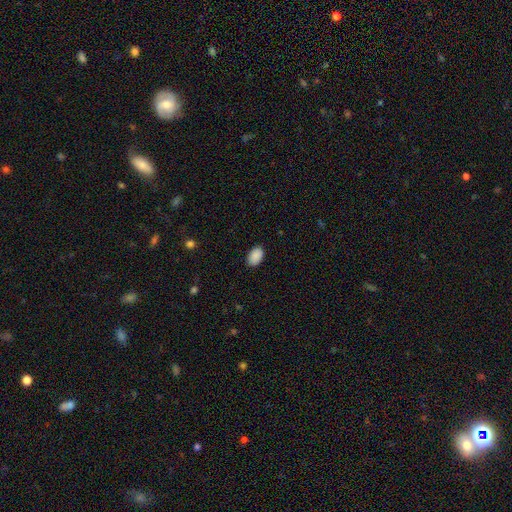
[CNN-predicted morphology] This is clearly a smooth galaxy (90%). How rounded: clearly in between (91%). Merging: clearly none (86%).